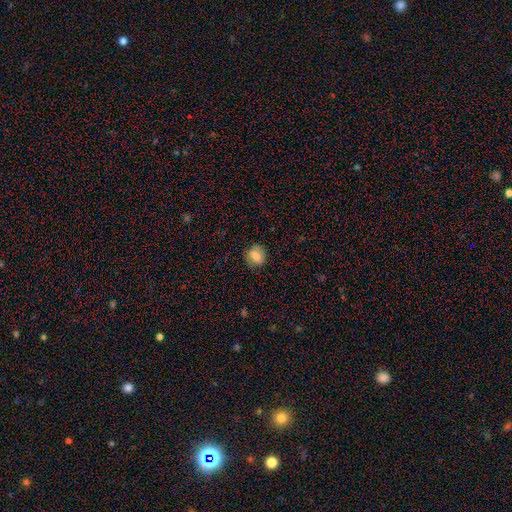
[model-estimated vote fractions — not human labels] This is likely a smooth galaxy (76%). How rounded: clearly round (81%). Merging: clearly none (86%).